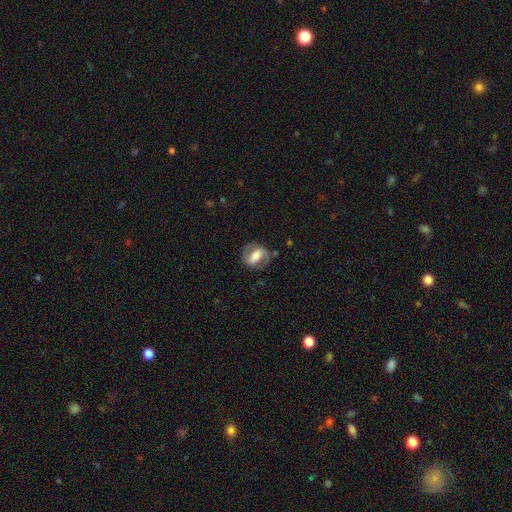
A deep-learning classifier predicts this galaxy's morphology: Q: Smooth or featured?
A: featured or disk (57%); runner-up: smooth (36%)
Q: Edge-on disk?
A: no (94%); runner-up: yes (6%)
Q: Bar?
A: strong (47%); runner-up: weak (32%)
Q: Spiral arms?
A: yes (76%); runner-up: no (24%)
Q: Bulge size?
A: moderate (46%); runner-up: large (27%)
Q: Merging?
A: none (68%); runner-up: minor disturbance (19%)